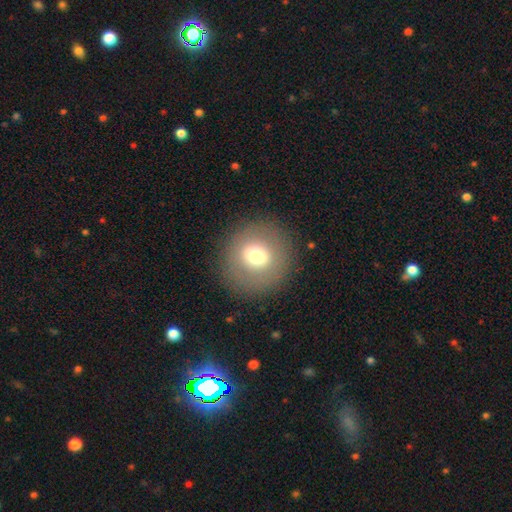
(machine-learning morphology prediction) A smooth galaxy with no disk features (68%) that is round (92%). Merging: none (88%).